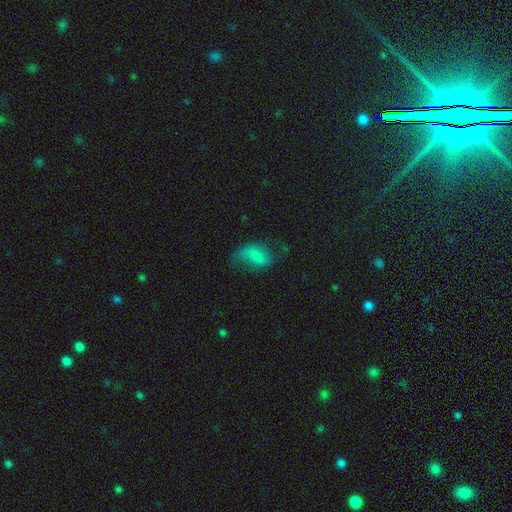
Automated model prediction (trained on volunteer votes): Morphology: type=smooth (48%); merging=none (45%).